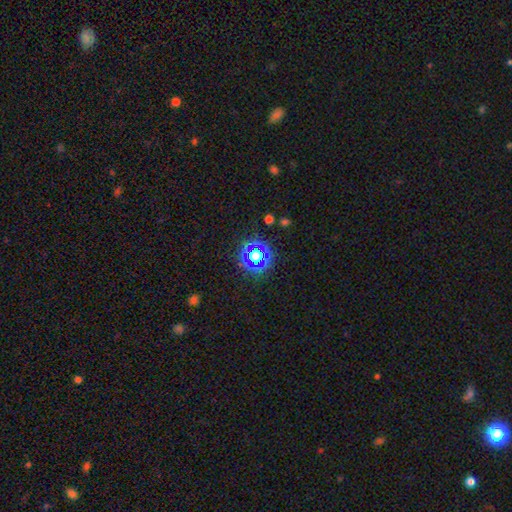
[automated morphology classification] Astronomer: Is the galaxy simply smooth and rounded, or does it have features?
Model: star or artifact — 63%.